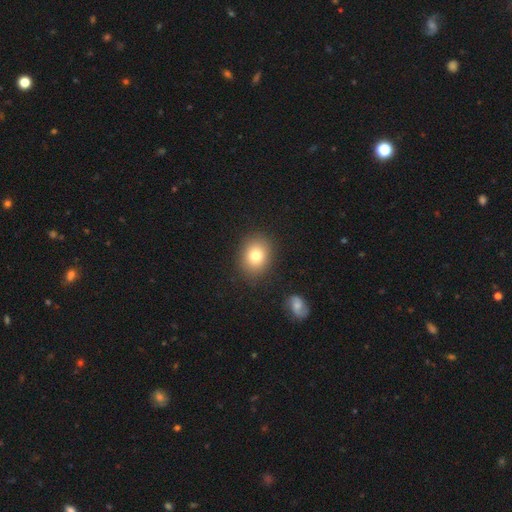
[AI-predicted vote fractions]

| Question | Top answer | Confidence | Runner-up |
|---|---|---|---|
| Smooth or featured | smooth | 78% | featured or disk (11%) |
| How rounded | round | 52% | in between (47%) |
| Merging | none | 87% | minor disturbance (8%) |